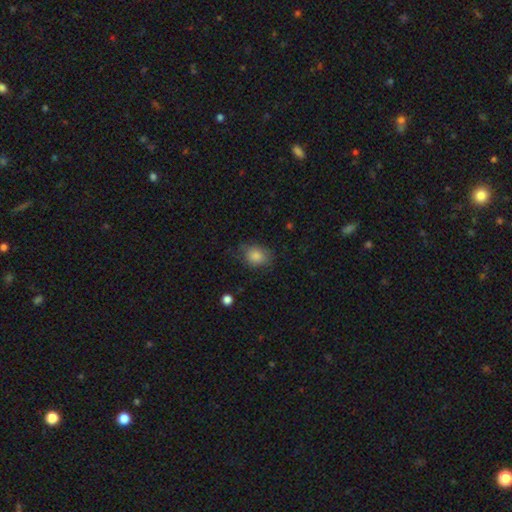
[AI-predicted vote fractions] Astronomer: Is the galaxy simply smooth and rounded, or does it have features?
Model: smooth — 83%.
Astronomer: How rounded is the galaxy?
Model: in between — 52% (runner-up: round, 47%).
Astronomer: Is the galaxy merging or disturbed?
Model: none — 70%.